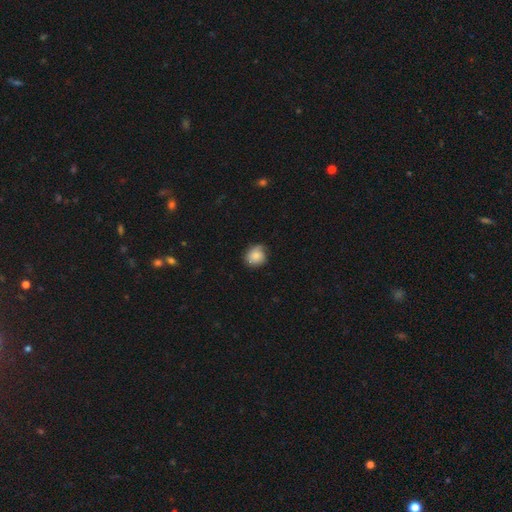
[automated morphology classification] A smooth galaxy with no disk features (75%) that is round (76%).

Vote fractions:
- Smooth or featured? smooth: 75% / featured or disk: 17% / star or artifact: 8%
- How rounded? round: 76% / in between: 23% / cigar-shaped: 1%
- Merging? none: 64% / minor disturbance: 28% / major disturbance: 7% / merger: 1%